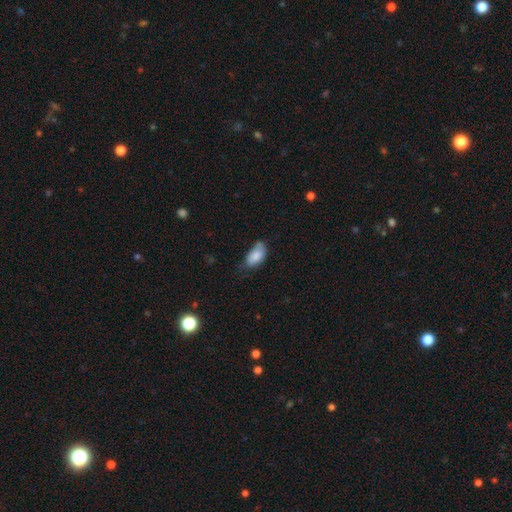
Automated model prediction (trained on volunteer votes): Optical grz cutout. It shows a smooth galaxy with no disk features (81%) that is in between round and cigar-shaped (92%). Merging: none (42%).